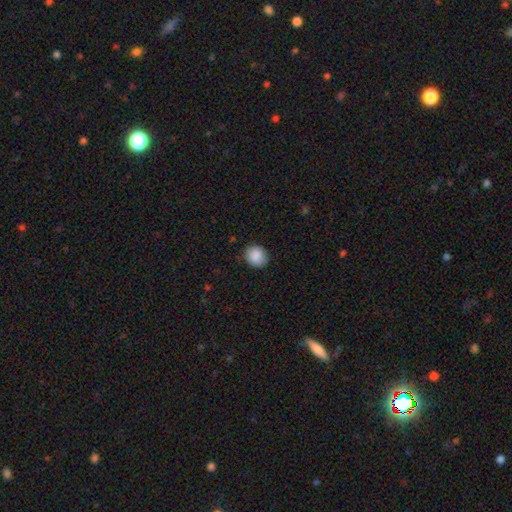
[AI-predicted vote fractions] Morphology: type=smooth (87%); roundness=round (69%); merging=none (84%).